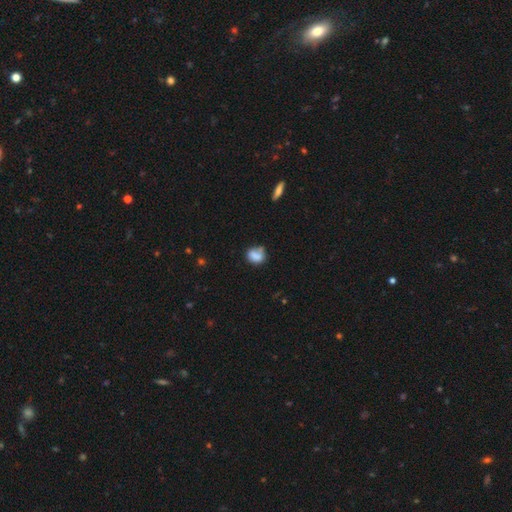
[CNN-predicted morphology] Smooth or featured? smooth (76%)
How rounded? round (55%)
Merging? none (50%)